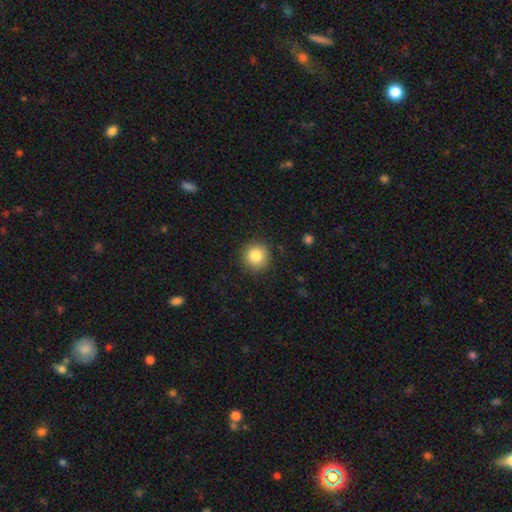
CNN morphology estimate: Smooth or featured: smooth — 84% (star or artifact — 10%)
How rounded: round — 93% (in between — 6%)
Merging: none — 89% (minor disturbance — 8%)